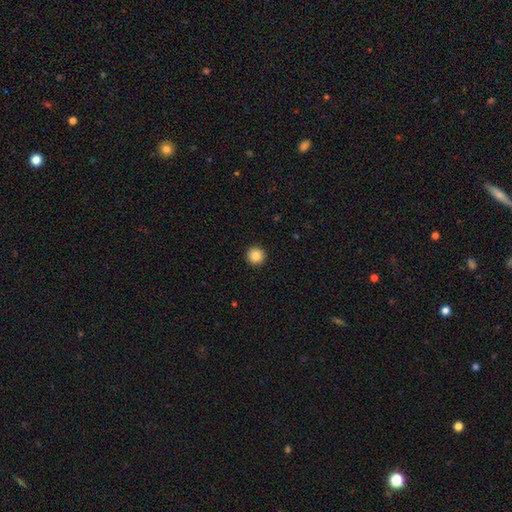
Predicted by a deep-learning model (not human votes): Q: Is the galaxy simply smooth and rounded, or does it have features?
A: smooth — 87%.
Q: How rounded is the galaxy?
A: round — 96%.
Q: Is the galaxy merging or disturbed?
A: none — 94%.